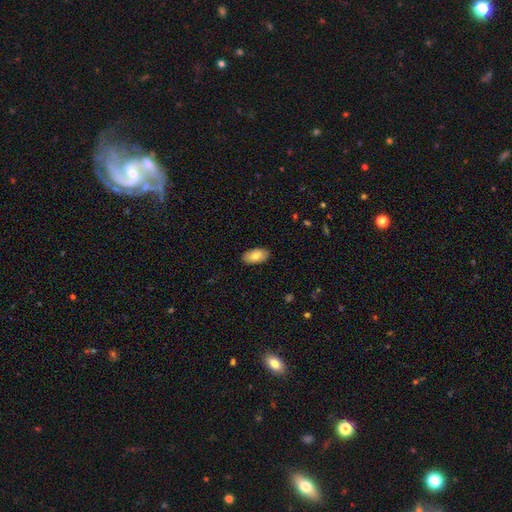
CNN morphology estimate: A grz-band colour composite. It shows a smooth galaxy with no disk features (81%) that is in between round and cigar-shaped (94%). Merging: none (88%).